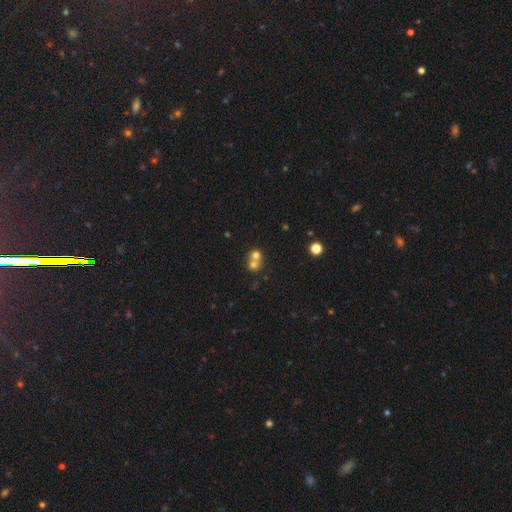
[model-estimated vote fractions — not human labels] smooth_or_featured: smooth (p=0.69) [alt: featured or disk p=0.18]
how_rounded: round (p=0.80) [alt: in between p=0.19]
merging: merger (p=0.65) [alt: none p=0.28]